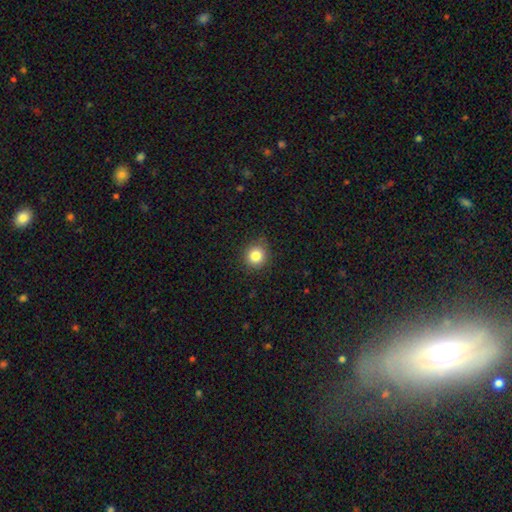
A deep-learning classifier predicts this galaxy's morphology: Overall: smooth (83%). How rounded: round (85%). Merging: none (83%).